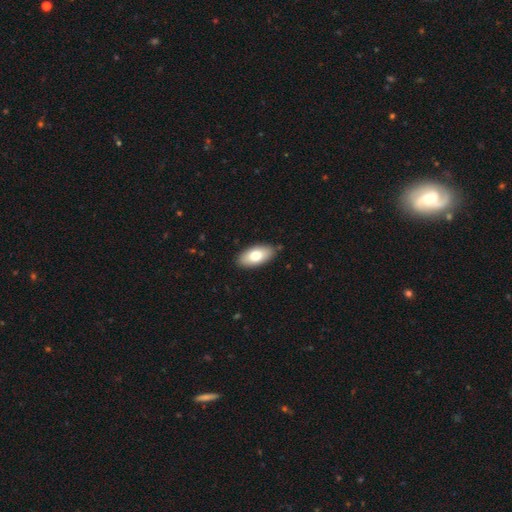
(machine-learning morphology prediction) A smooth galaxy with no disk features (76%) that is in between round and cigar-shaped (92%). Merging: none (86%).